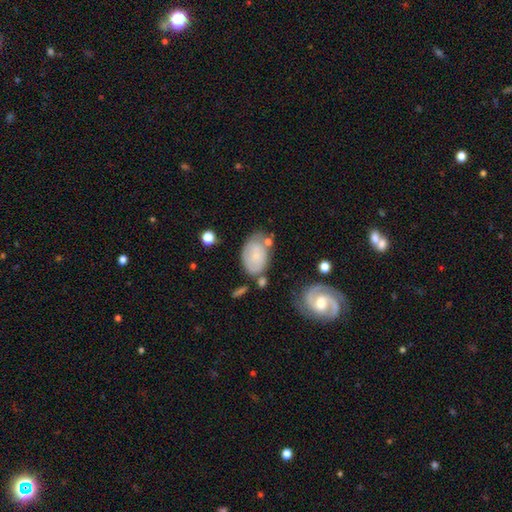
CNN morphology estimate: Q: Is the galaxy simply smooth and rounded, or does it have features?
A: smooth — 62%.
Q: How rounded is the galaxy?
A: in between — 88%.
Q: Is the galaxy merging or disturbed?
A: none — 55%.